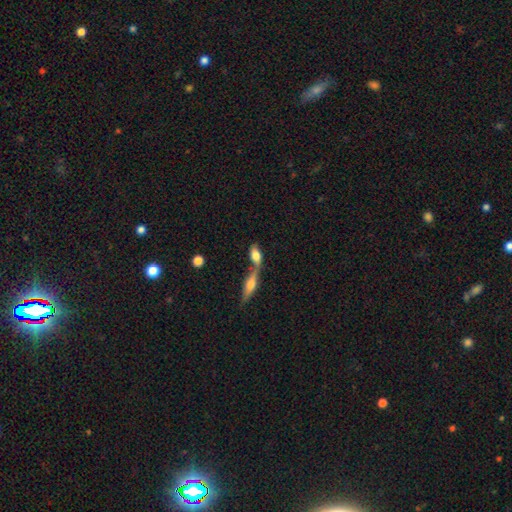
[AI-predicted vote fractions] Smooth or featured? smooth (63%)
How rounded? in between (77%)
Merging? merger (58%)